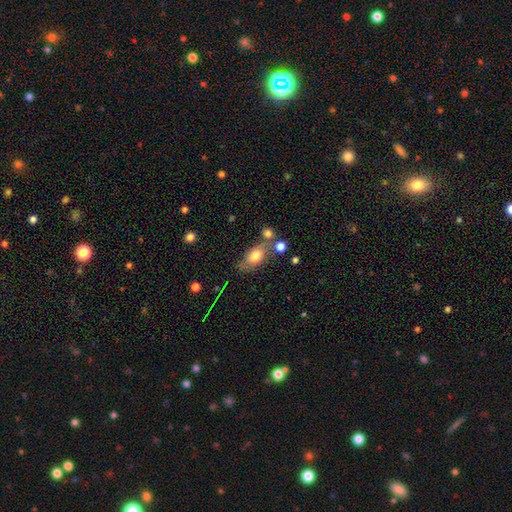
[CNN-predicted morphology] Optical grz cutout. It shows a smooth galaxy with no disk features (72%) that is in between round and cigar-shaped (79%). Merging: none (56%).